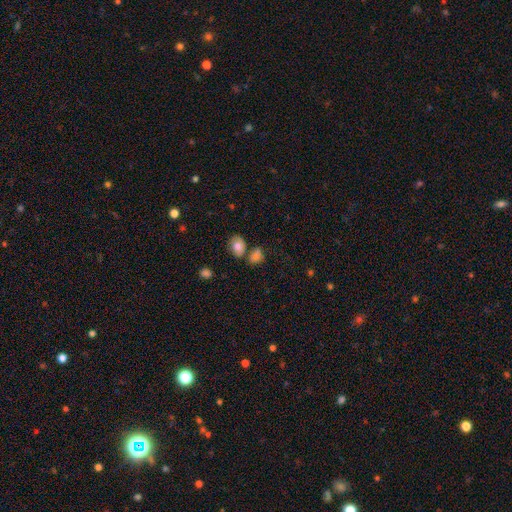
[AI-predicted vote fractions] This is likely a smooth galaxy (76%). How rounded: likely in between (69%). Merging: possibly none (53%).